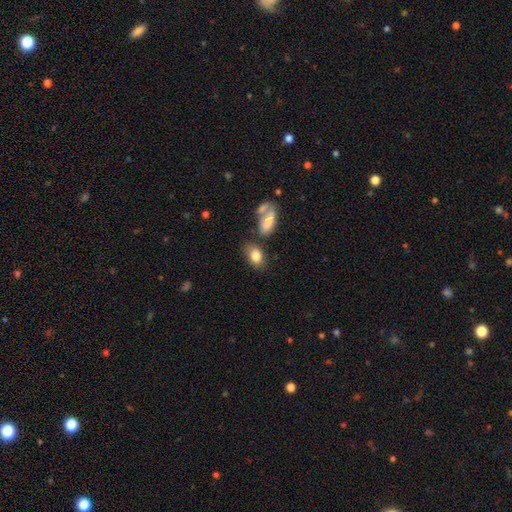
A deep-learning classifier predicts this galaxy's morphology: This is clearly a smooth galaxy (82%). How rounded: clearly in between (83%). Merging: possibly none (60%).